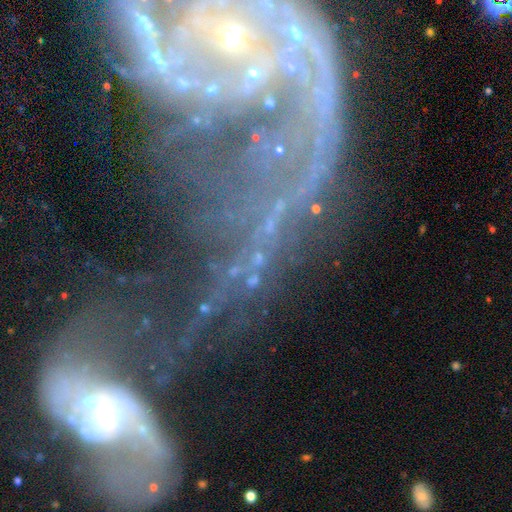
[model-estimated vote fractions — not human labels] The model was most divided on "merging": none: 36%, major disturbance: 33%, minor disturbance: 15%, merger: 15%. Remaining: edge-on disk — no (87%); spiral arms — yes (67%); smooth or featured — featured or disk (59%); bar — no (53%); bulge size — small (44%).